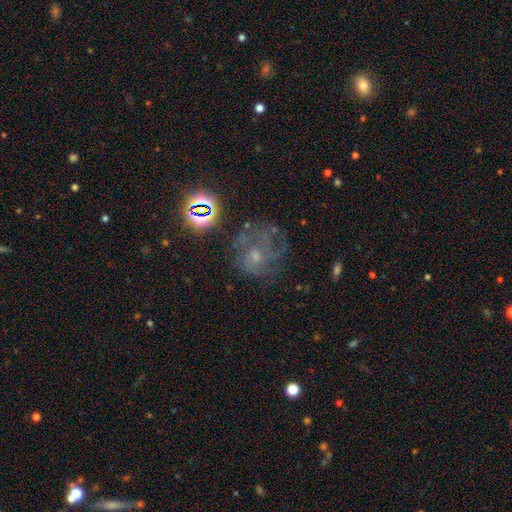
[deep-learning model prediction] Morphology: type=featured or disk (52%); edge-on=no (97%); bar=no (77%); spiral arms=yes (66%); bulge=small (48%); merging=none (55%).